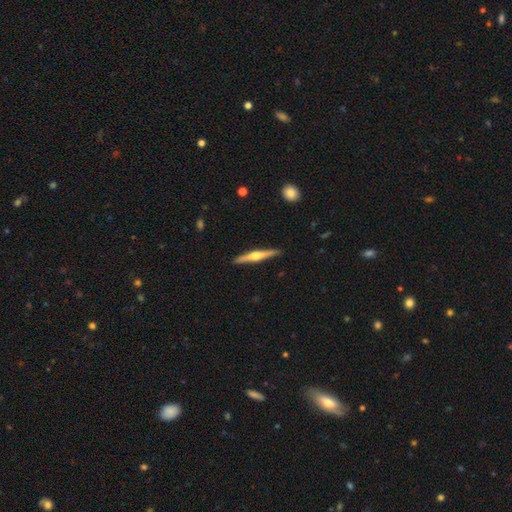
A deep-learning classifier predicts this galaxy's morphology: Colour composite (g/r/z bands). It shows a featured or disk galaxy (72%) viewed edge-on (98%) with a rounded central bulge (89%). Merging: none (91%).